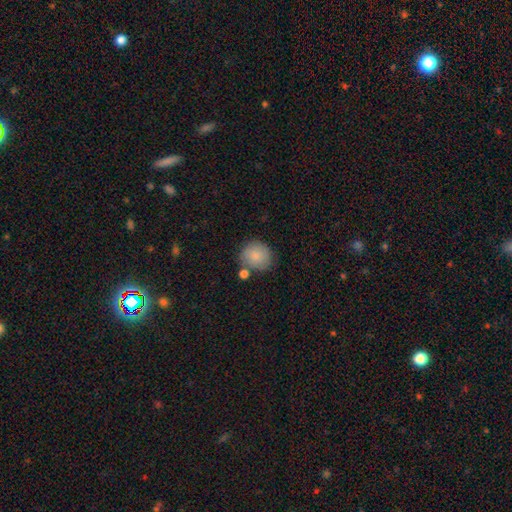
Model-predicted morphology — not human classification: smooth 86%, star or artifact 7%, featured or disk 7%. Down the decision tree: how rounded — round (87%); merging — none (66%).